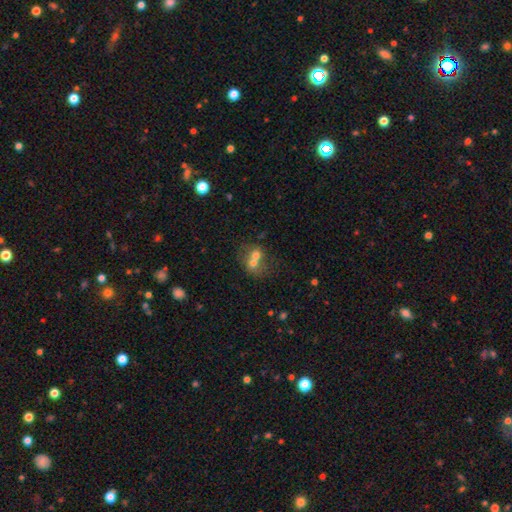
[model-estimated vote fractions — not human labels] Smooth or featured? smooth (60%)
How rounded? round (66%)
Merging? merger (67%)